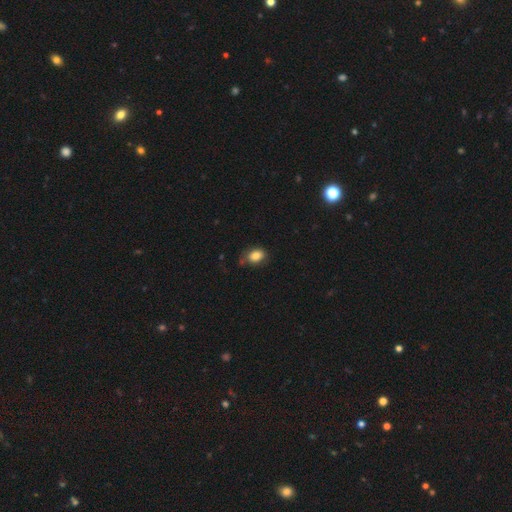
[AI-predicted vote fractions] Smooth or featured? smooth (84%)
How rounded? in between (71%)
Merging? none (69%)